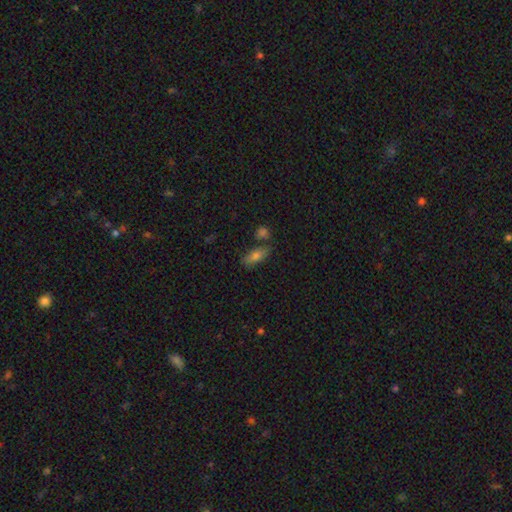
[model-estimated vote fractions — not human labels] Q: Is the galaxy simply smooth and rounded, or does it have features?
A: smooth — 73%.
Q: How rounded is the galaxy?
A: in between — 72%.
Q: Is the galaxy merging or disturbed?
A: none — 70%.